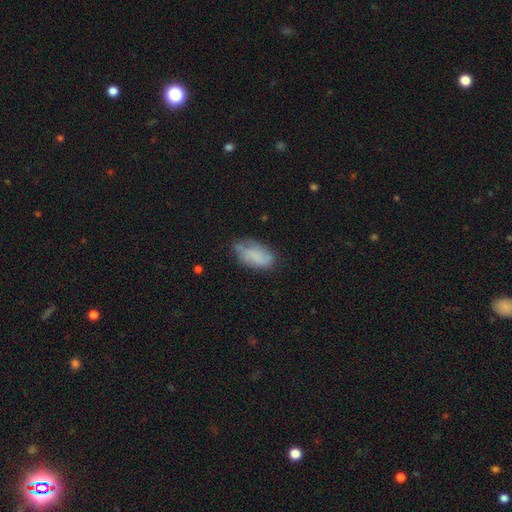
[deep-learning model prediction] Morphology: type=smooth (68%); roundness=in between (93%); merging=none (55%).